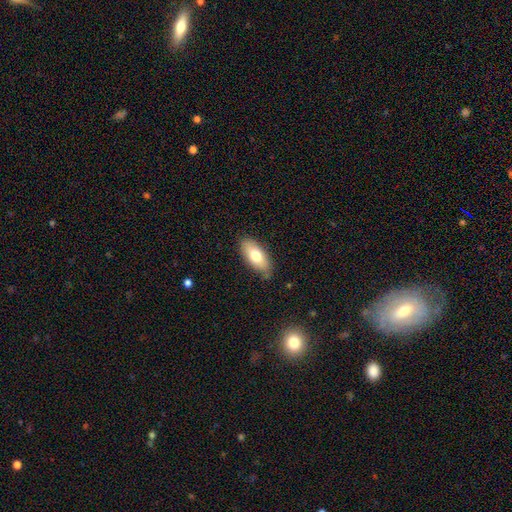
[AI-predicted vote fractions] smooth-or-featured: smooth: 72% | featured or disk: 21% | star or artifact: 7%
  how-rounded: in between: 88% | cigar-shaped: 9% | round: 3%
  merging: none: 81% | minor disturbance: 15% | major disturbance: 3% | merger: 1%